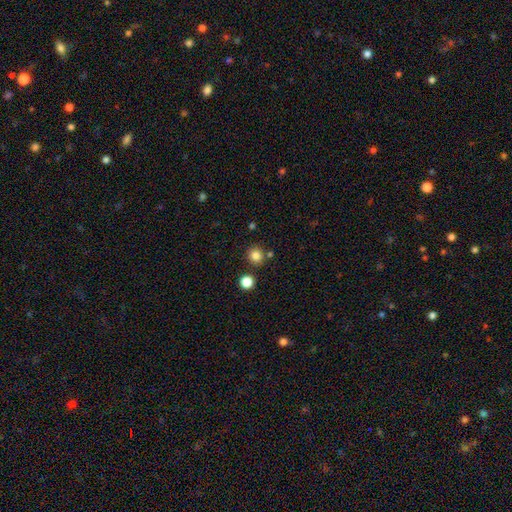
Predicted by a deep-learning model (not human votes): Smooth or featured? smooth (83%)
How rounded? round (91%)
Merging? none (83%)